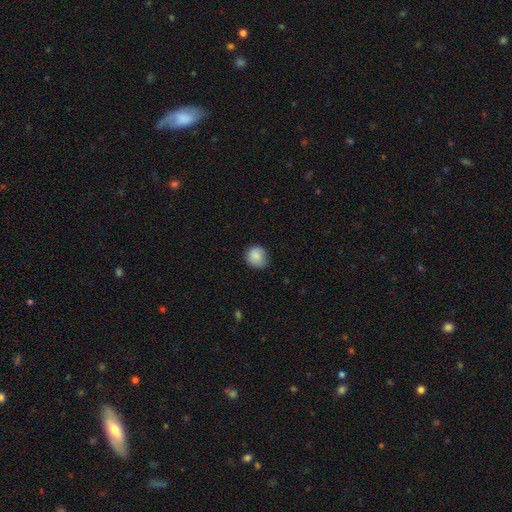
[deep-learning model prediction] Q: Smooth or featured?
A: smooth (86%); runner-up: star or artifact (8%)
Q: How rounded?
A: round (82%); runner-up: in between (17%)
Q: Merging?
A: none (72%); runner-up: minor disturbance (24%)